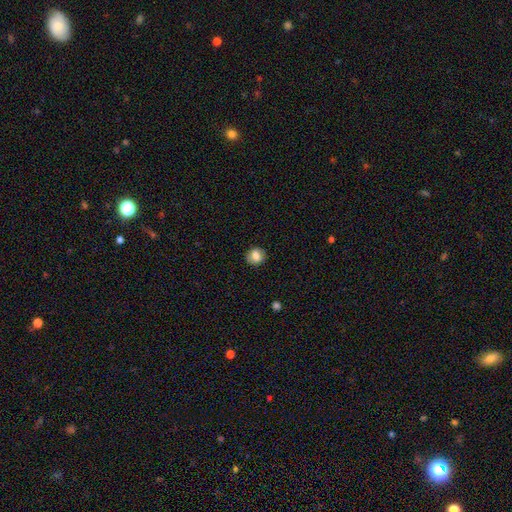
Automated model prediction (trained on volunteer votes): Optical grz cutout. It shows a smooth galaxy with no disk features (79%) that is round (78%). Merging: none (87%).